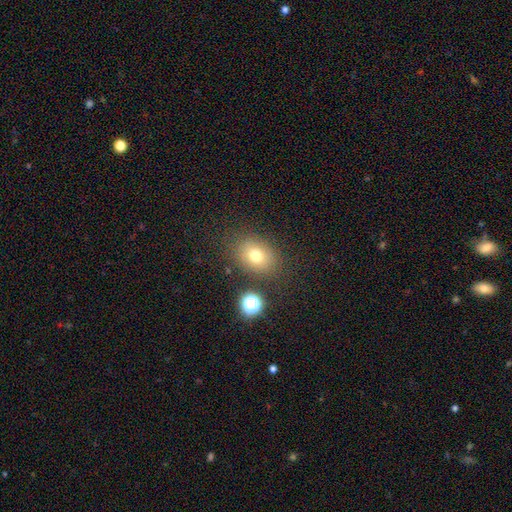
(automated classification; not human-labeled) Overall: smooth (75%). How rounded: in between (56%; round 43%). Merging: none (81%).